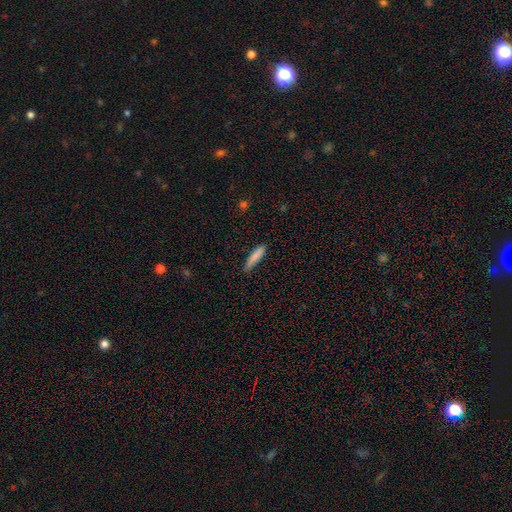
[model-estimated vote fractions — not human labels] Smooth or featured? smooth (83%)
How rounded? cigar-shaped (84%)
Merging? none (78%)